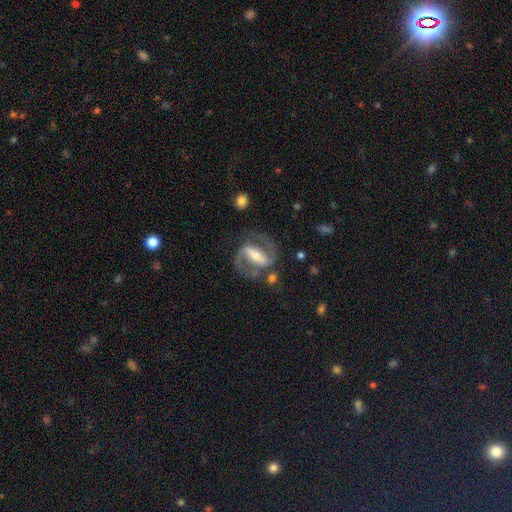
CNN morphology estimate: Smooth or featured?
  - featured or disk: 89% *
  - smooth: 6%
  - star or artifact: 5%
Edge-on disk?
  - no: 96% *
  - yes: 4%
Bar?
  - strong: 73% *
  - weak: 20%
  - no: 8%
Spiral arms?
  - yes: 96% *
  - no: 4%
Spiral winding?
  - medium: 61% *
  - tight: 23%
  - loose: 16%
Spiral arm count?
  - 2: 93% *
  - can't tell: 2%
  - 1: 2%
  - 3: 1%
  - 4: 1%
  - more than 4: 1%
Bulge size?
  - moderate: 51% *
  - small: 38%
  - large: 7%
  - none: 2%
  - dominant: 1%
Merging?
  - none: 77% *
  - minor disturbance: 12%
  - major disturbance: 8%
  - merger: 3%